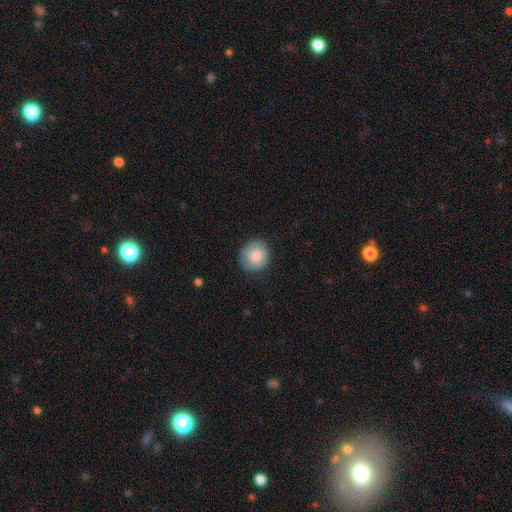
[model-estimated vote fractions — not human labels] The model was most divided on "merging": none: 82%, minor disturbance: 14%, major disturbance: 3%, merger: 1%. More confident: how rounded — round (86%); smooth or featured — smooth (83%).